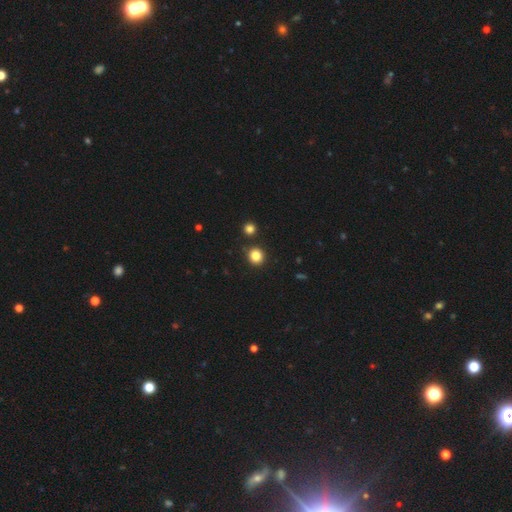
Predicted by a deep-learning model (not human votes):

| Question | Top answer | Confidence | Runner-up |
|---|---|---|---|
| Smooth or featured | smooth | 84% | star or artifact (11%) |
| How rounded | round | 87% | in between (12%) |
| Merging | none | 86% | minor disturbance (7%) |